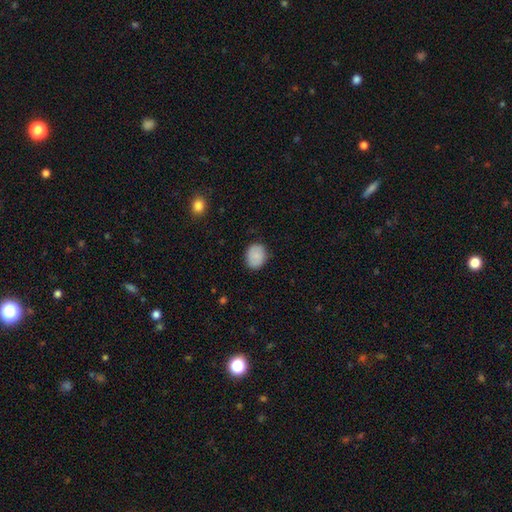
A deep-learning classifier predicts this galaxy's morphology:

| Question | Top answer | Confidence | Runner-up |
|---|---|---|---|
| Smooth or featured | smooth | 86% | star or artifact (7%) |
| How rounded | round | 50% | in between (49%) |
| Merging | none | 84% | minor disturbance (12%) |